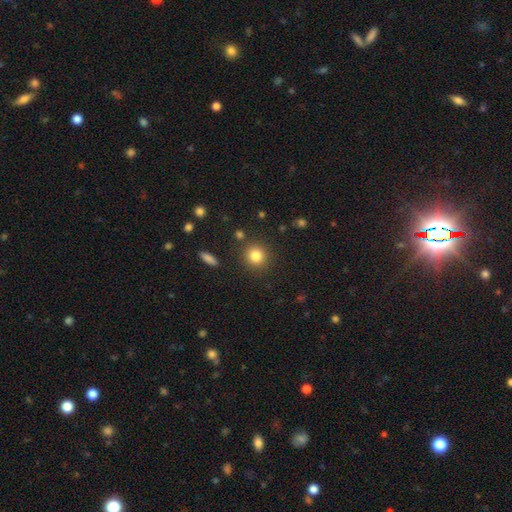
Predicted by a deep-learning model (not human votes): Smooth or featured: smooth — 83% (star or artifact — 11%)
How rounded: round — 90% (in between — 9%)
Merging: none — 86% (minor disturbance — 8%)